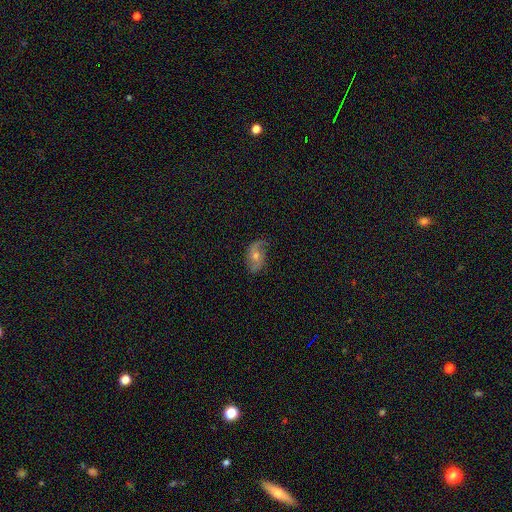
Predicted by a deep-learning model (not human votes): Smooth or featured? Predicted: featured or disk (p=0.67). Edge-on disk? Predicted: no (p=0.95). Bar? Predicted: no (p=0.70). Spiral arms? Predicted: yes (p=0.89). Spiral winding? Predicted: loose (p=0.50). Spiral arm count? Predicted: 2 (p=0.80). Bulge size? Predicted: moderate (p=0.61). Merging? Predicted: none (p=0.68).